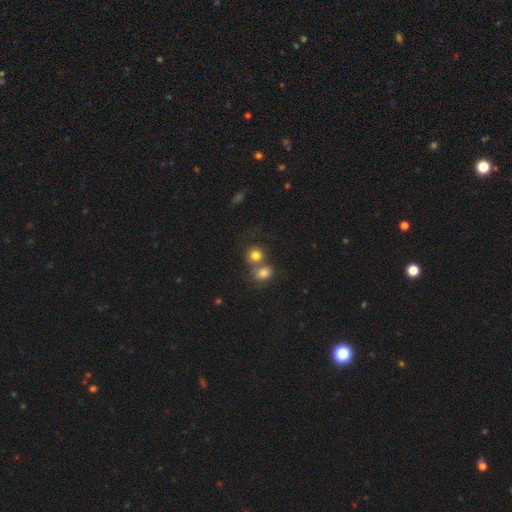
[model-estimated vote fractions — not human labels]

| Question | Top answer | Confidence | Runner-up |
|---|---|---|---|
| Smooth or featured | smooth | 78% | star or artifact (13%) |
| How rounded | round | 80% | in between (19%) |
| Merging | none | 46% | merger (41%) |